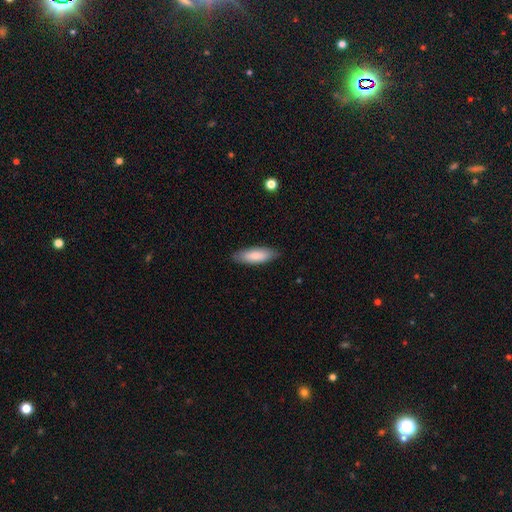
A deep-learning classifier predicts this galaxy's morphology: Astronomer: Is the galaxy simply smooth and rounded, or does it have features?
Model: smooth — 85%.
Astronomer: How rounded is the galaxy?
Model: in between — 59% (runner-up: cigar-shaped, 40%).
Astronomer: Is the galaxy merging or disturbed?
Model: none — 87%.